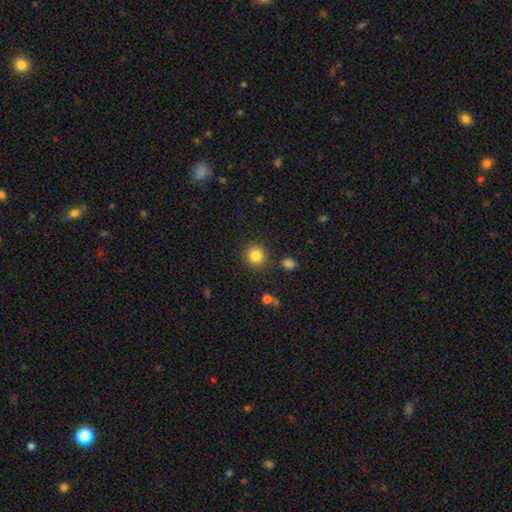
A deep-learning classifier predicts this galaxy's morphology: Smooth or featured? Predicted: smooth (p=0.84). How rounded? Predicted: round (p=0.92). Merging? Predicted: none (p=0.89).